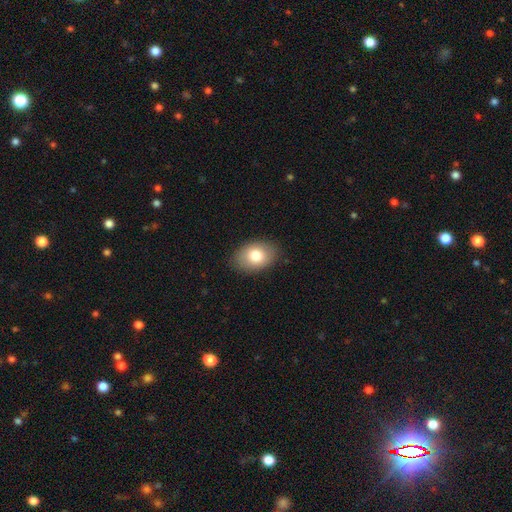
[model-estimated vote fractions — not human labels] This appears to be a smooth galaxy with no disk features (80%) that is in between round and cigar-shaped (81%). Merging: none (86%).